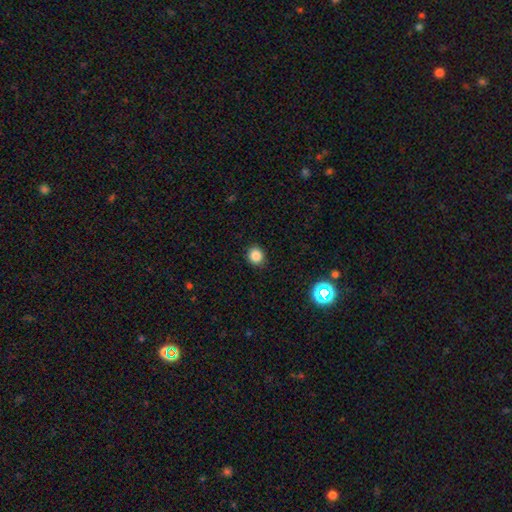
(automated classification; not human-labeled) smooth-or-featured: smooth: 84% | star or artifact: 12% | featured or disk: 4%
  how-rounded: round: 84% | in between: 15% | cigar-shaped: 1%
  merging: none: 89% | minor disturbance: 8% | major disturbance: 2% | merger: 1%